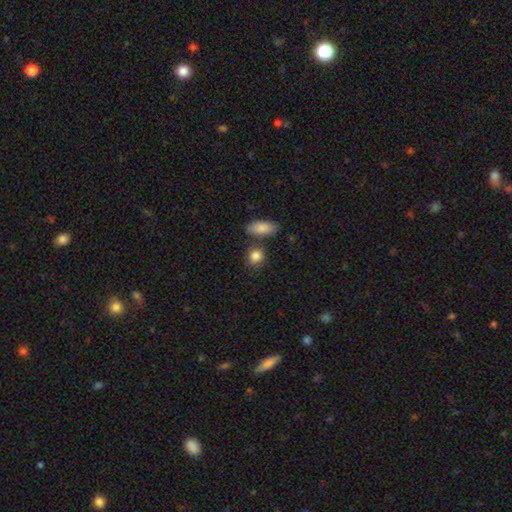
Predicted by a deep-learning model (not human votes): This appears to be a smooth galaxy with no disk features (87%) that is round (68%). Merging: none (72%).